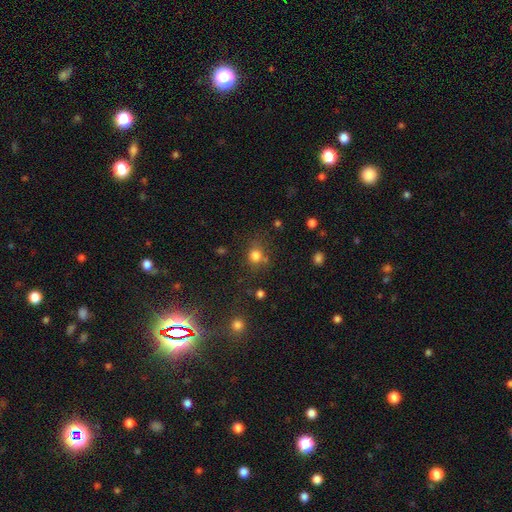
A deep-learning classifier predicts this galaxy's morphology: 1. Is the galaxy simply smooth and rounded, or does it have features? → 78% smooth, 15% star or artifact, 7% featured or disk.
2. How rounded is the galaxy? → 76% round, 23% in between, 1% cigar-shaped.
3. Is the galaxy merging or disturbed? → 67% none, 16% minor disturbance, 10% merger, 7% major disturbance.